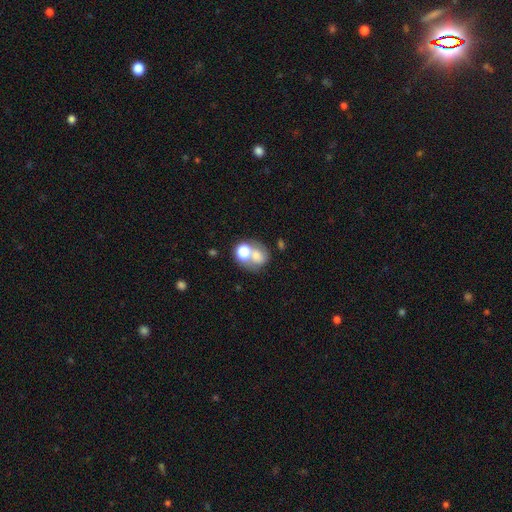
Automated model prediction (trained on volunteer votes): Q: Smooth or featured?
A: smooth (64%); runner-up: featured or disk (23%)
Q: How rounded?
A: round (61%); runner-up: in between (38%)
Q: Merging?
A: merger (53%); runner-up: none (29%)